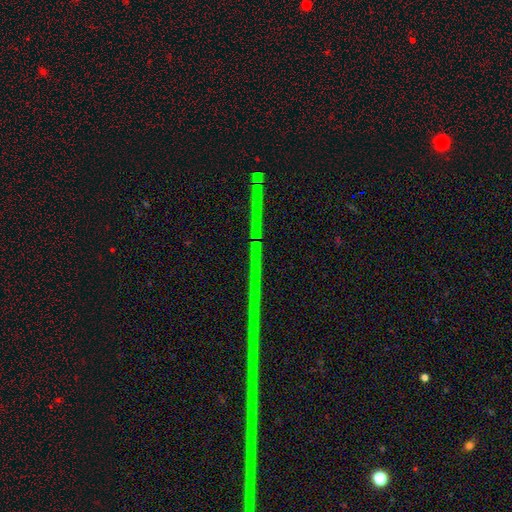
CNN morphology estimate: The model was most divided on "smooth or featured": star or artifact: 89%, featured or disk: 7%, smooth: 4%.